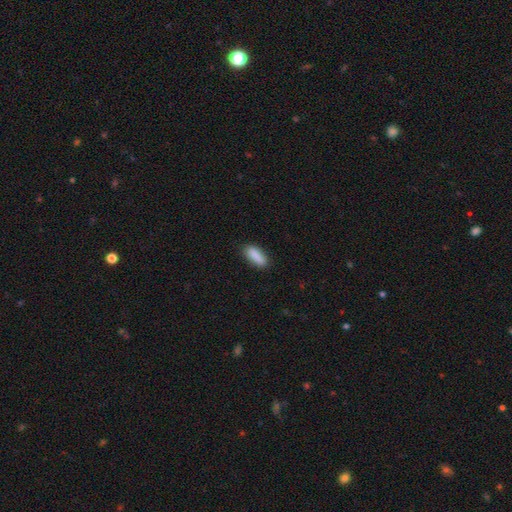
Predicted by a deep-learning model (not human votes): Smooth or featured: smooth — 88% (star or artifact — 7%)
How rounded: in between — 71% (cigar-shaped — 27%)
Merging: none — 83% (minor disturbance — 13%)